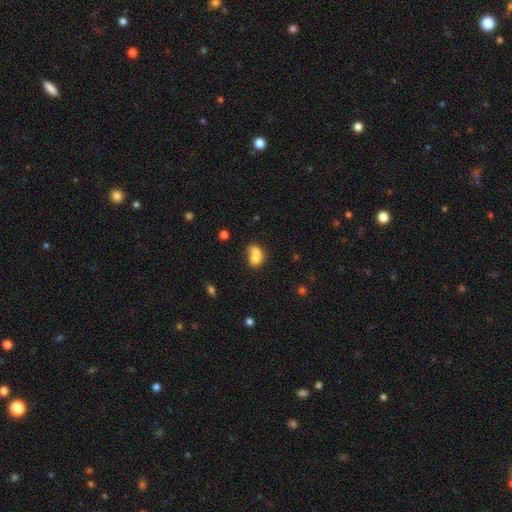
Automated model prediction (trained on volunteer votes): The model was most divided on "how rounded": in between: 59%, round: 40%, cigar-shaped: 2%. More confident: smooth or featured — smooth (72%); merging — merger (66%).